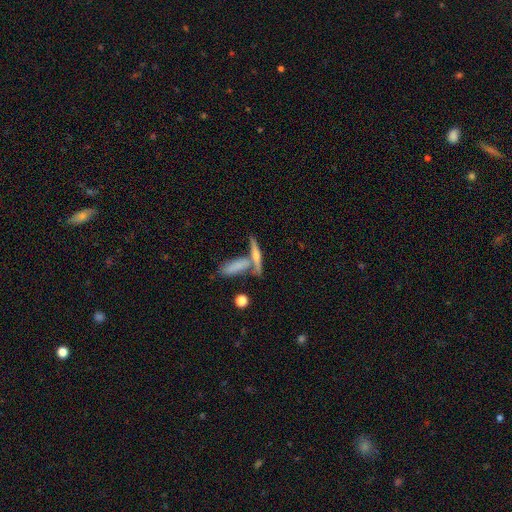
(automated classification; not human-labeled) smooth_or_featured: featured or disk (p=0.49) [alt: smooth p=0.43]
merging: none (p=0.57) [alt: merger p=0.29]